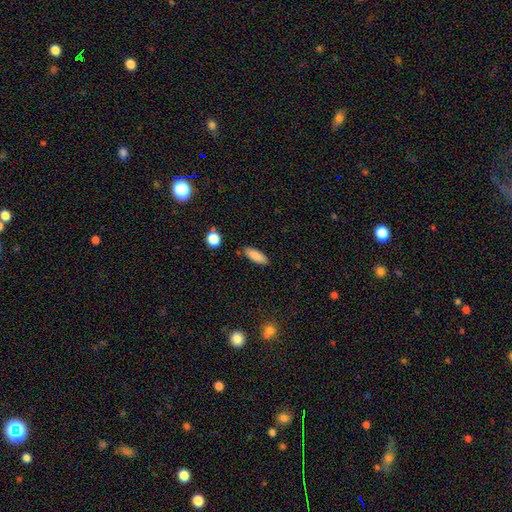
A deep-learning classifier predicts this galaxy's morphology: Overall: smooth (86%). How rounded: in between (69%). Merging: none (85%).